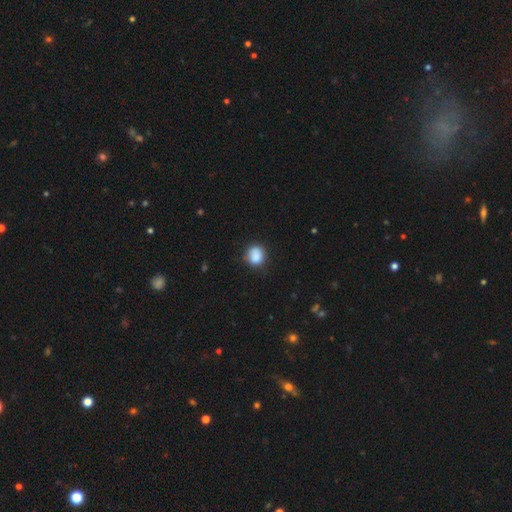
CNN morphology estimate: Smooth or featured? smooth (86%)
How rounded? round (77%)
Merging? none (72%)